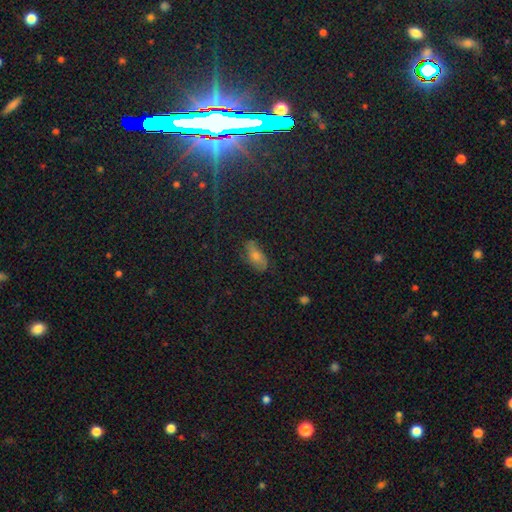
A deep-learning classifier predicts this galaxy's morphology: A smooth galaxy with no disk features (42%).

Vote fractions:
- Smooth or featured? smooth: 42% / featured or disk: 34% / star or artifact: 24%
- Merging? none: 75% / minor disturbance: 17% / major disturbance: 6% / merger: 2%